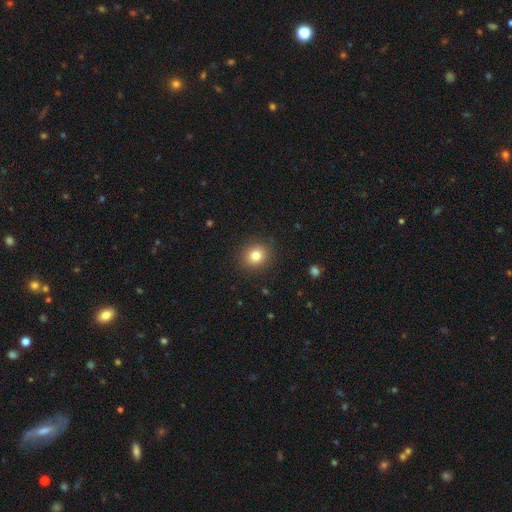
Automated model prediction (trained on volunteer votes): Smooth or featured? Predicted: smooth (p=0.81). How rounded? Predicted: round (p=0.77). Merging? Predicted: none (p=0.89).